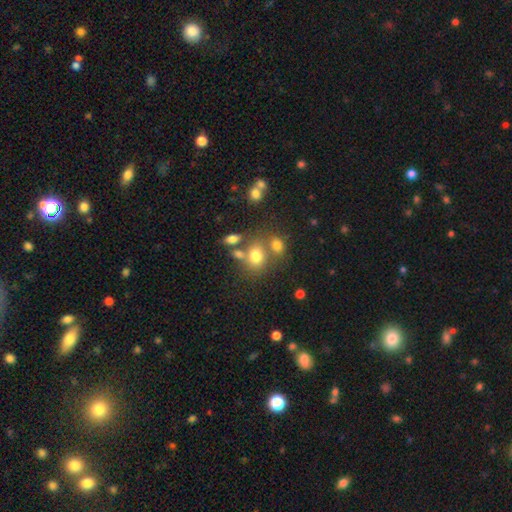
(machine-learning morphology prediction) Smooth or featured? smooth (73%)
How rounded? in between (49%, tied with round)
Merging? none (49%)